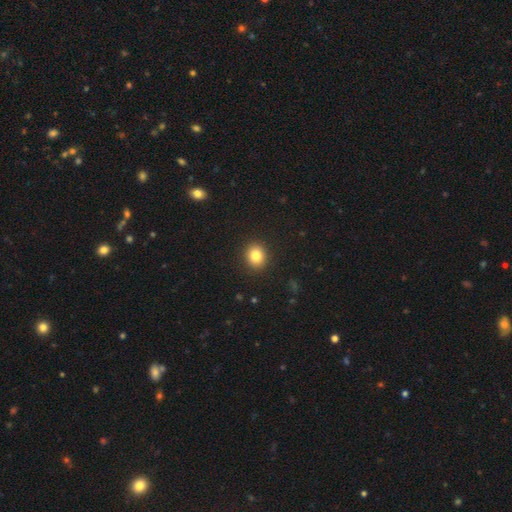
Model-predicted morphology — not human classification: Q: Smooth or featured?
A: smooth (83%); runner-up: star or artifact (10%)
Q: How rounded?
A: round (73%); runner-up: in between (26%)
Q: Merging?
A: none (91%); runner-up: minor disturbance (6%)